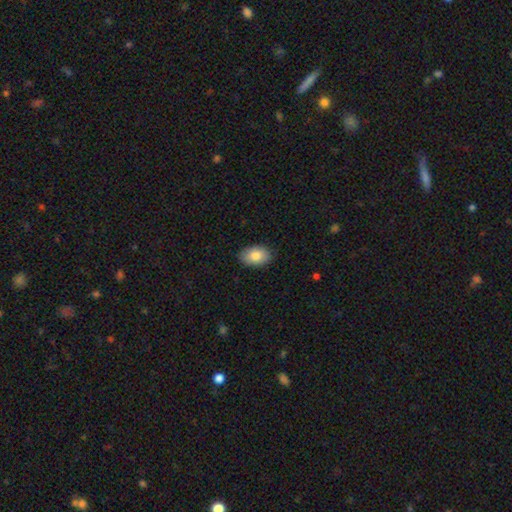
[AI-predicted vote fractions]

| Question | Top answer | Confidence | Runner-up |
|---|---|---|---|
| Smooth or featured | smooth | 83% | featured or disk (10%) |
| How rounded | in between | 89% | round (10%) |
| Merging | none | 88% | minor disturbance (9%) |